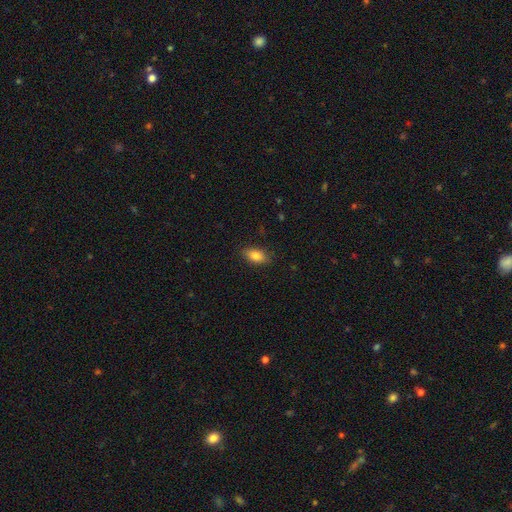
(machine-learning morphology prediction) Overall: smooth (83%). How rounded: in between (88%). Merging: none (86%).